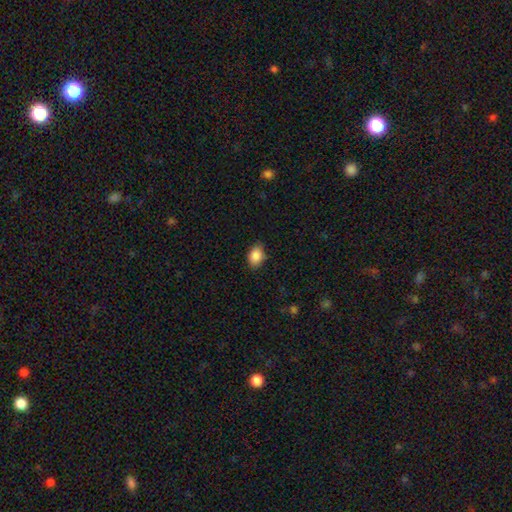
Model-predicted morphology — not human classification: The model was most divided on "how rounded": in between: 73%, round: 26%, cigar-shaped: 1%. More confident: smooth or featured — smooth (87%); merging — none (80%).